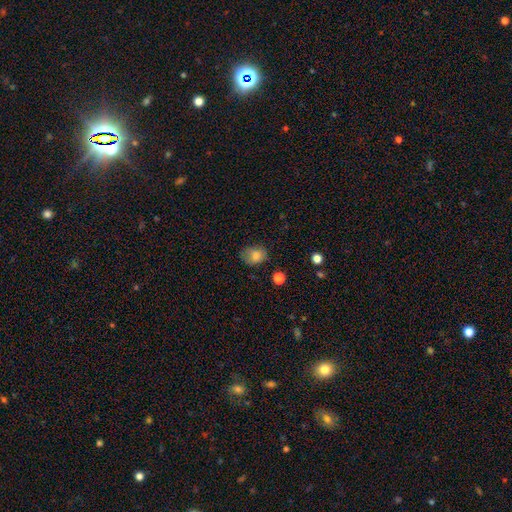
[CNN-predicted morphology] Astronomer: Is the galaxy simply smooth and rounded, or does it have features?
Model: smooth — 80%.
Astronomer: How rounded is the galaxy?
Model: in between — 57% (runner-up: round, 42%).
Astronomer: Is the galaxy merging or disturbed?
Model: none — 66%.